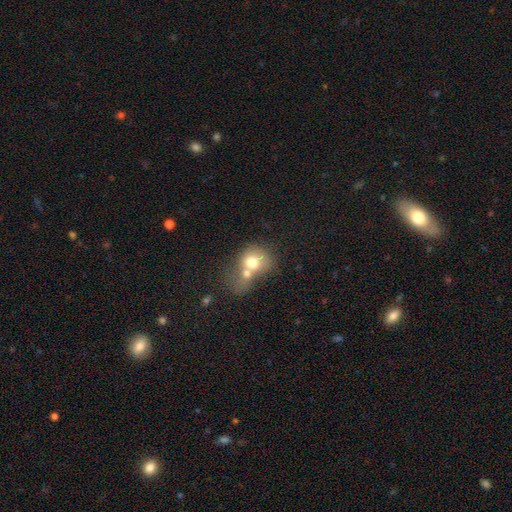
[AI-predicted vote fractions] Smooth or featured?
  - smooth: 62% *
  - featured or disk: 20%
  - star or artifact: 19%
How rounded?
  - round: 60% *
  - in between: 38%
  - cigar-shaped: 2%
Merging?
  - merger: 55% *
  - none: 27%
  - minor disturbance: 10%
  - major disturbance: 9%